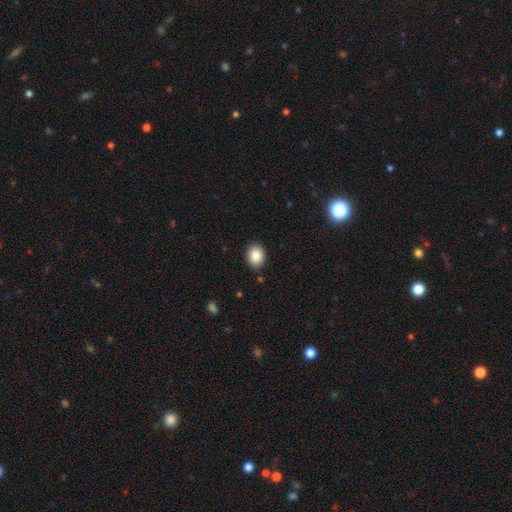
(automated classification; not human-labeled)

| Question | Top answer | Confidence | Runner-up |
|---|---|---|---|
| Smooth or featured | smooth | 86% | star or artifact (8%) |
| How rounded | in between | 51% | round (48%) |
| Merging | none | 88% | minor disturbance (8%) |